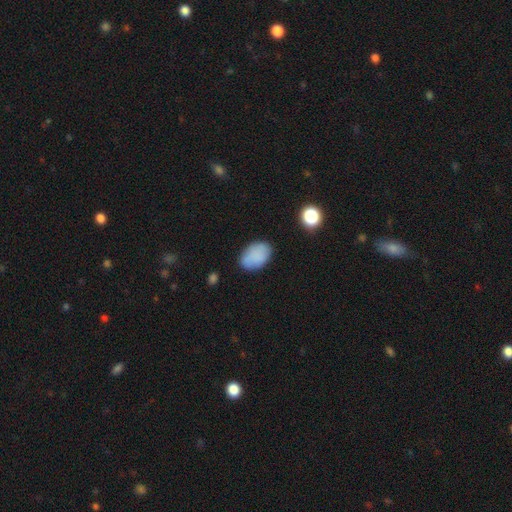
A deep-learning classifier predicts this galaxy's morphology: A smooth galaxy with no disk features (83%) that is in between round and cigar-shaped (86%).

Vote fractions:
- Smooth or featured? smooth: 83% / featured or disk: 9% / star or artifact: 8%
- How rounded? in between: 86% / round: 13% / cigar-shaped: 1%
- Merging? none: 78% / minor disturbance: 16% / major disturbance: 4% / merger: 2%